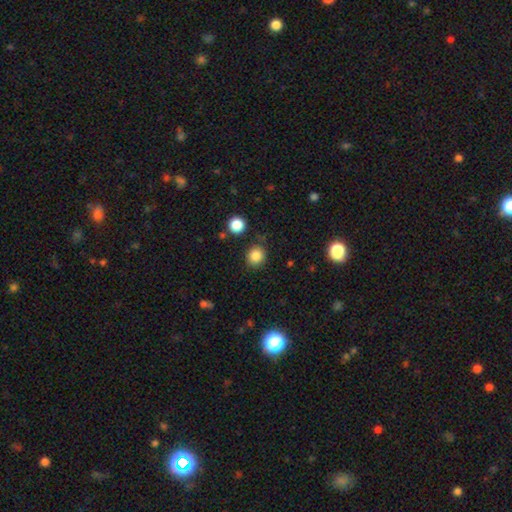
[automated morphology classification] The model was most divided on "how rounded": round: 82%, in between: 17%, cigar-shaped: 1%. More confident: smooth or featured — smooth (84%); merging — none (82%).